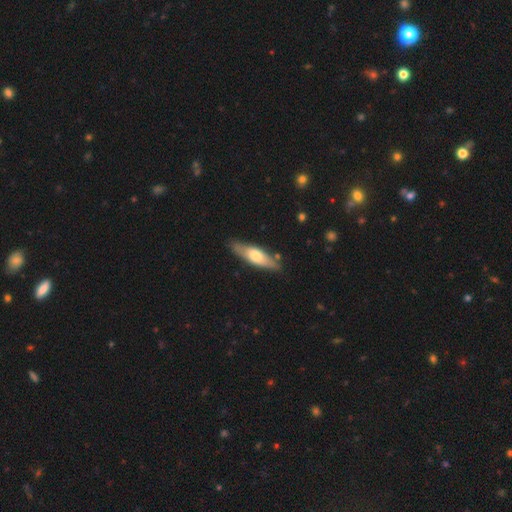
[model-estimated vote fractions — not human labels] A smooth galaxy with no disk features (51%) that is cigar-shaped (62%). Merging: none (84%).